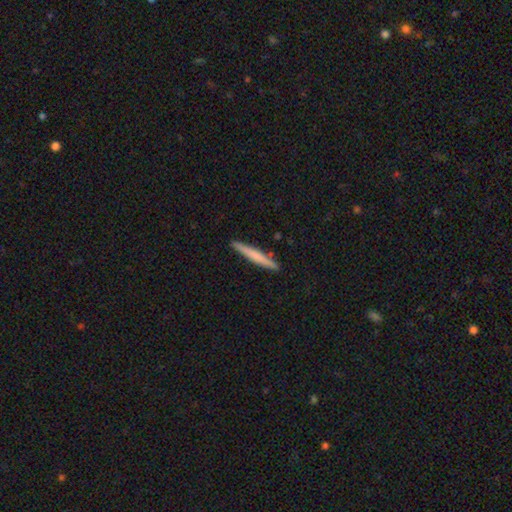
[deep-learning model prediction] A smooth galaxy with no disk features (60%) that is cigar-shaped (96%).

Vote fractions:
- Smooth or featured? smooth: 60% / featured or disk: 35% / star or artifact: 5%
- How rounded? cigar-shaped: 96% / in between: 3% / round: 1%
- Merging? none: 90% / minor disturbance: 7% / merger: 2% / major disturbance: 1%